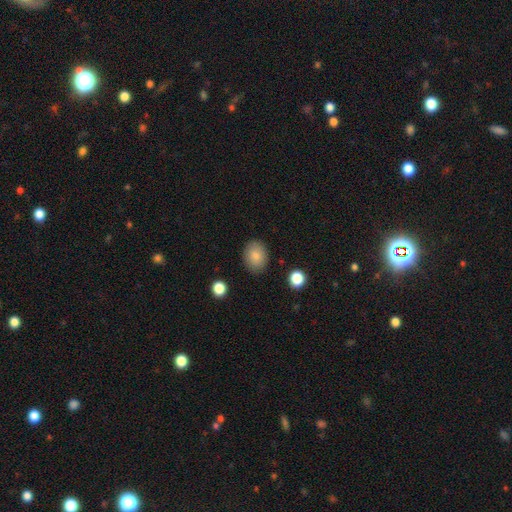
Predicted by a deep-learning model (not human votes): smooth_or_featured: smooth (p=0.84) [alt: star or artifact p=0.08]
how_rounded: in between (p=0.61) [alt: round p=0.38]
merging: none (p=0.86) [alt: minor disturbance p=0.10]